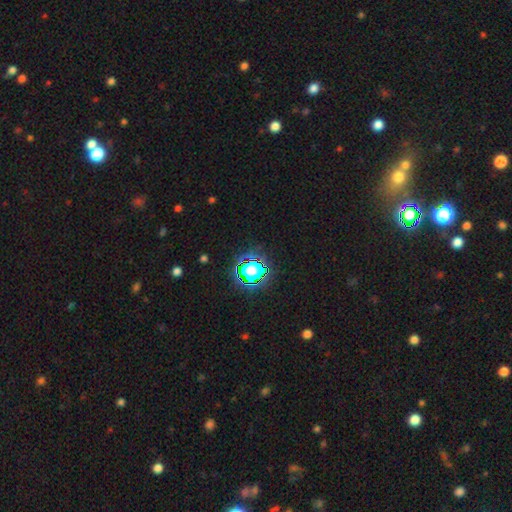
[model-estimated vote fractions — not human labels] This is likely a star or artifact rather than a galaxy (79%).